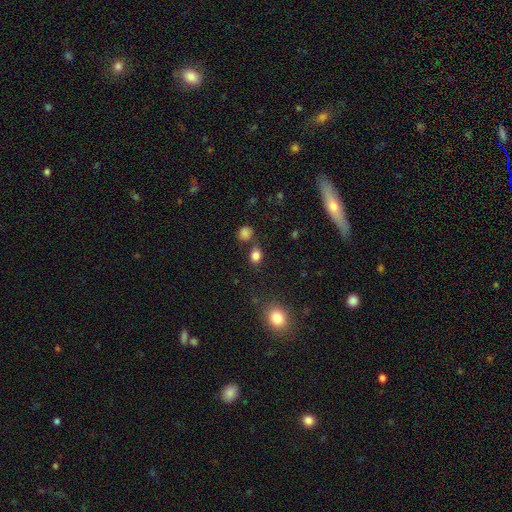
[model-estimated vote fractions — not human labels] Smooth or featured?
  - smooth: 83% *
  - star or artifact: 13%
  - featured or disk: 5%
How rounded?
  - in between: 55% *
  - round: 44%
  - cigar-shaped: 1%
Merging?
  - none: 72% *
  - merger: 13%
  - minor disturbance: 11%
  - major disturbance: 4%